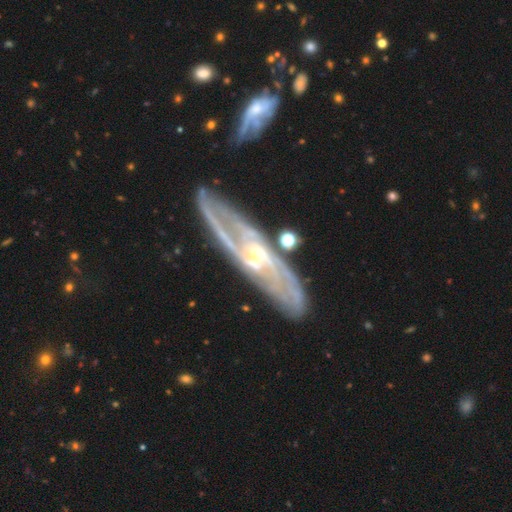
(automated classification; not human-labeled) featured or disk 86%, smooth 8%, star or artifact 6%. Down the decision tree: edge-on disk — no (74%); bar — no (48%); spiral arms — yes (93%); spiral arm count — 2 (45%); spiral winding — medium (42%); bulge size — small (62%); merging — none (73%).